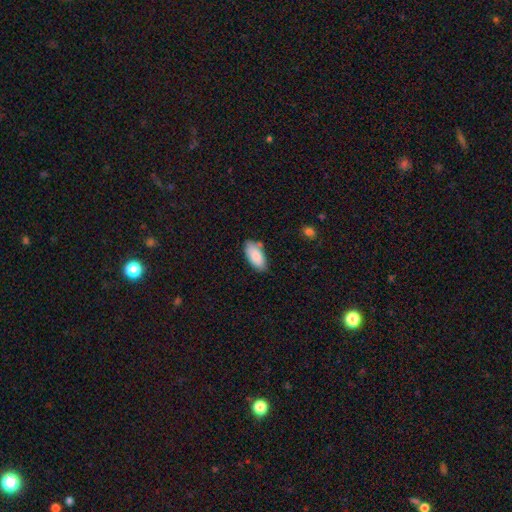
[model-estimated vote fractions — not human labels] Smooth or featured?
  - smooth: 86% *
  - featured or disk: 7%
  - star or artifact: 6%
How rounded?
  - in between: 92% *
  - cigar-shaped: 6%
  - round: 2%
Merging?
  - none: 71% *
  - minor disturbance: 21%
  - merger: 5%
  - major disturbance: 4%